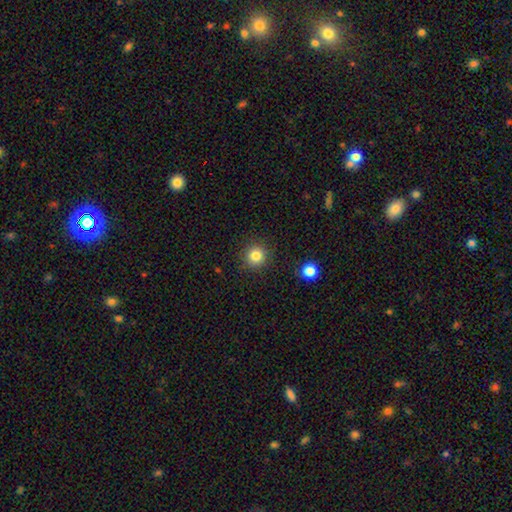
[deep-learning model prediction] Morphology: type=smooth (83%); roundness=round (94%); merging=none (90%).